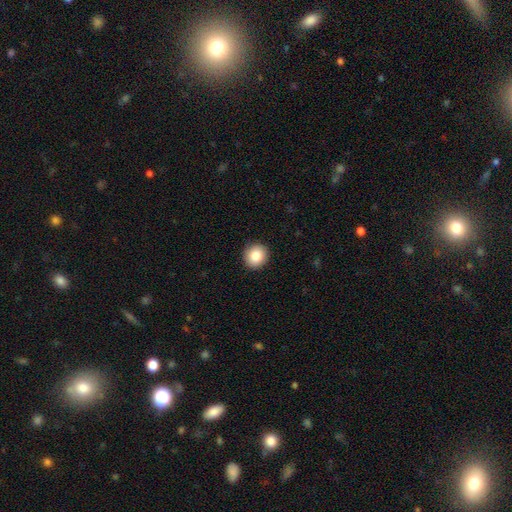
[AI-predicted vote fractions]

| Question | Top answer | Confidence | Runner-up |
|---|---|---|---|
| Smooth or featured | smooth | 85% | star or artifact (9%) |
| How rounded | round | 86% | in between (13%) |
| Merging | none | 92% | minor disturbance (6%) |